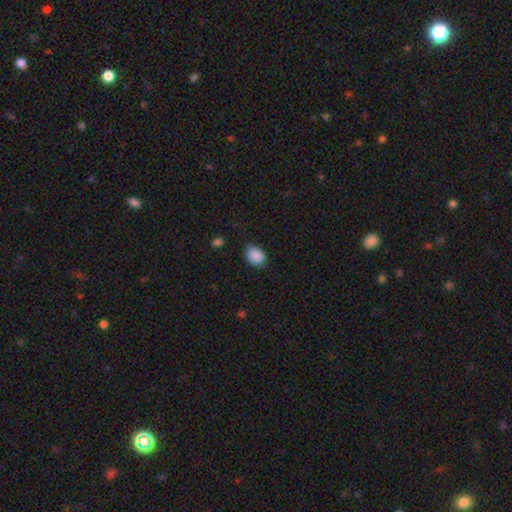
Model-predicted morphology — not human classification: A smooth galaxy with no disk features (90%) that is in between round and cigar-shaped (63%).

Vote fractions:
- Smooth or featured? smooth: 90% / star or artifact: 8% / featured or disk: 3%
- How rounded? in between: 63% / round: 36% / cigar-shaped: 1%
- Merging? none: 82% / minor disturbance: 14% / major disturbance: 3% / merger: 1%